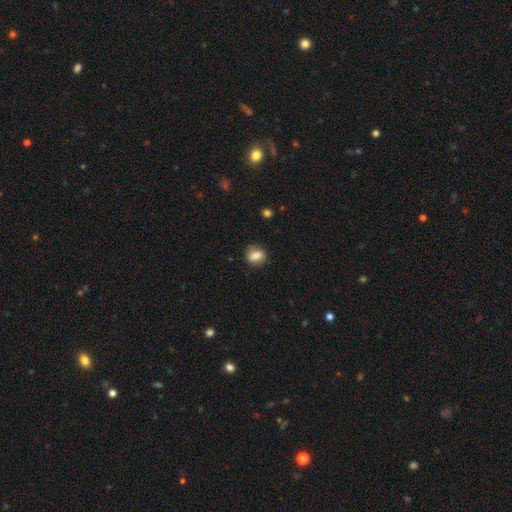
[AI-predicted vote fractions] A smooth galaxy with no disk features (77%) that is in between round and cigar-shaped (58%). Merging: none (79%).